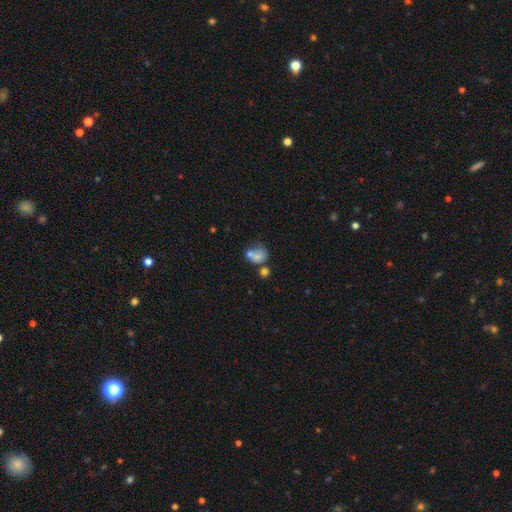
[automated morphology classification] The model was most divided on "how rounded": round: 51%, in between: 48%, cigar-shaped: 1%. Remaining: smooth or featured — smooth (70%); merging — merger (41%).